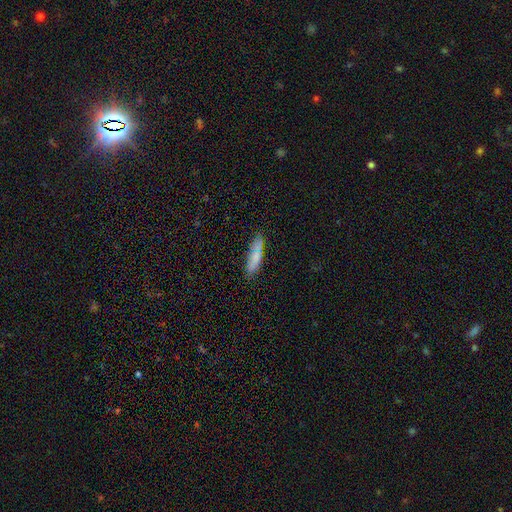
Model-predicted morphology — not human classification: Overall: smooth (78%). How rounded: cigar-shaped (67%; in between 31%). Merging: none (77%).